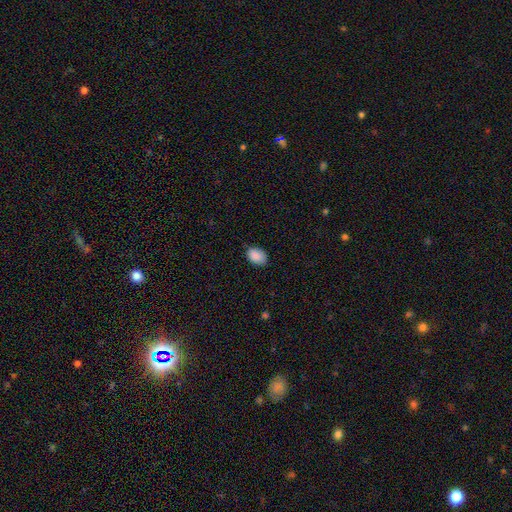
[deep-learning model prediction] Overall: smooth (89%). How rounded: in between (83%). Merging: none (73%).